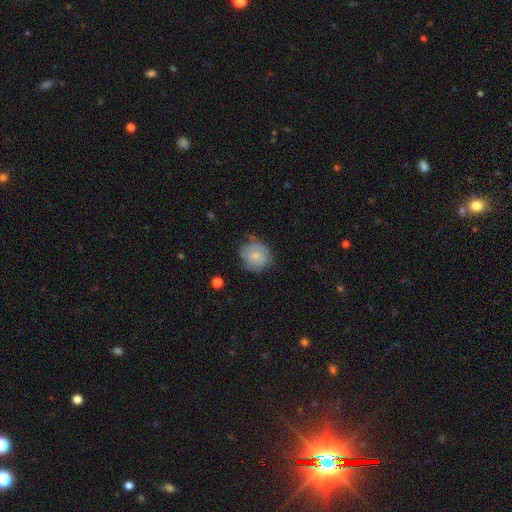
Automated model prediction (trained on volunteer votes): smooth-or-featured: smooth: 67% | featured or disk: 25% | star or artifact: 8%
  how-rounded: round: 78% | in between: 21% | cigar-shaped: 1%
  merging: none: 62% | minor disturbance: 28% | major disturbance: 8% | merger: 3%